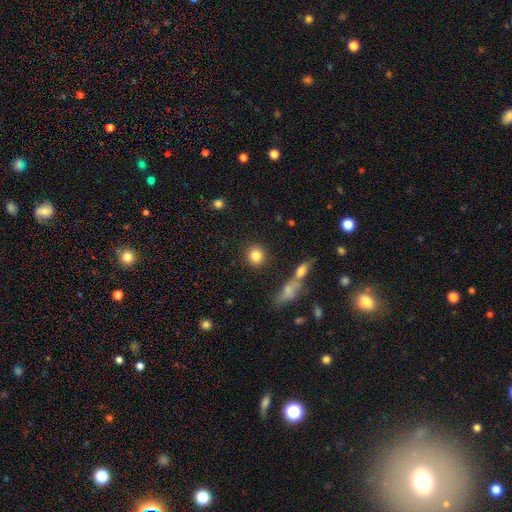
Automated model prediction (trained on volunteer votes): Smooth or featured? Predicted: smooth (p=0.84). How rounded? Predicted: round (p=0.84). Merging? Predicted: none (p=0.86).